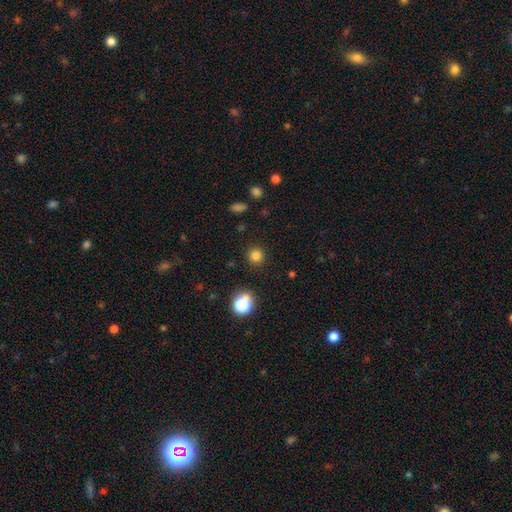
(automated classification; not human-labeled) Smooth or featured?
  - smooth: 80% *
  - star or artifact: 15%
  - featured or disk: 5%
How rounded?
  - round: 93% *
  - in between: 6%
  - cigar-shaped: 1%
Merging?
  - none: 91% *
  - minor disturbance: 6%
  - major disturbance: 2%
  - merger: 2%